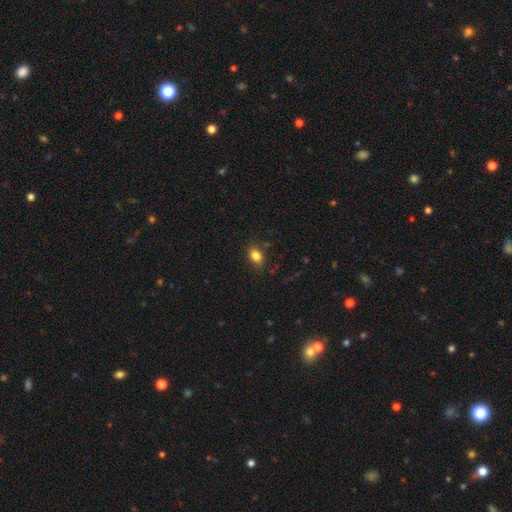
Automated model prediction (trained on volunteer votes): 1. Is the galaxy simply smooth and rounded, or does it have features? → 83% smooth, 11% star or artifact, 6% featured or disk.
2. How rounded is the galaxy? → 65% in between, 33% round, 1% cigar-shaped.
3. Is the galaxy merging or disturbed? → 83% none, 12% minor disturbance, 3% major disturbance, 2% merger.